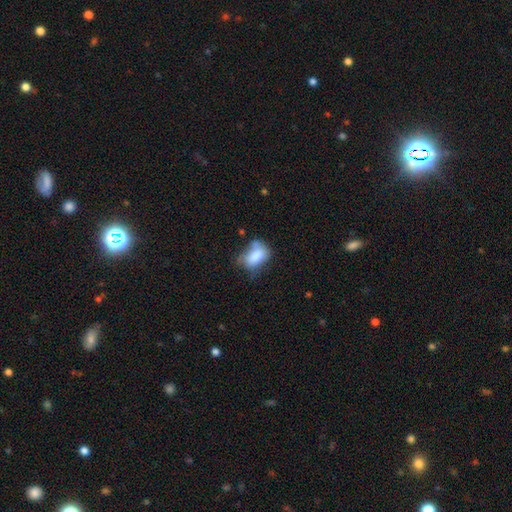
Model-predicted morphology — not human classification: smooth 77%, featured or disk 14%, star or artifact 9%. Down the decision tree: how rounded — in between (85%); merging — none (36%).